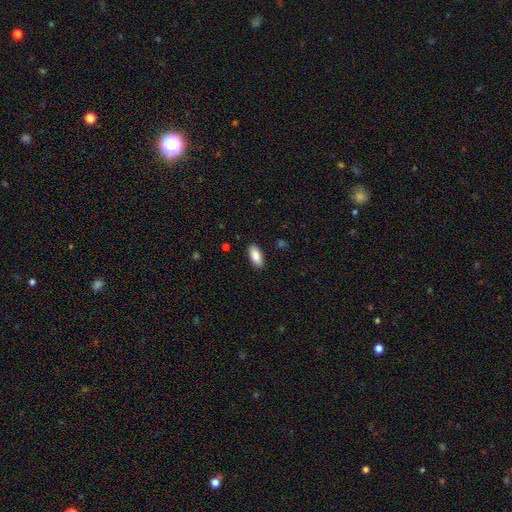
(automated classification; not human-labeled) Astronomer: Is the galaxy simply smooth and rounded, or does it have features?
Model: smooth — 87%.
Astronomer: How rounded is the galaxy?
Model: in between — 90%.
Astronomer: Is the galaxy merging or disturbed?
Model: none — 89%.